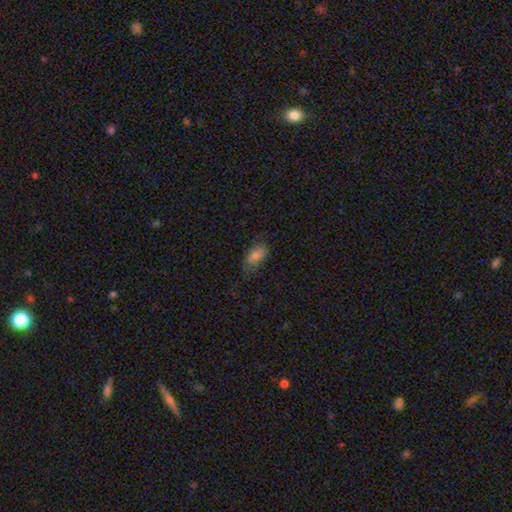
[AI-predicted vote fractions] smooth-or-featured: smooth: 79% | featured or disk: 11% | star or artifact: 9%
  how-rounded: in between: 89% | cigar-shaped: 5% | round: 5%
  merging: none: 66% | minor disturbance: 25% | major disturbance: 7% | merger: 1%